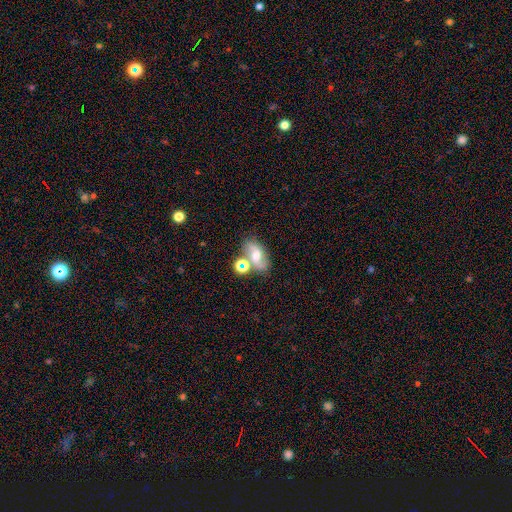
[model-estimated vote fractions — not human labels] featured or disk 44%, smooth 42%, star or artifact 14%. Down the decision tree: merging — none (56%).